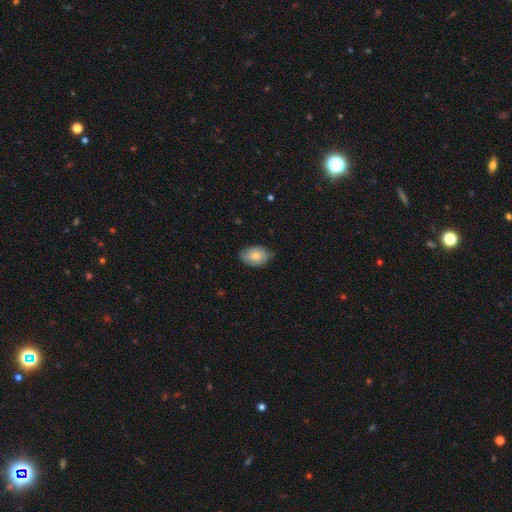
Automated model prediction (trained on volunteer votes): A smooth galaxy with no disk features (75%) that is in between round and cigar-shaped (82%). Merging: none (76%).